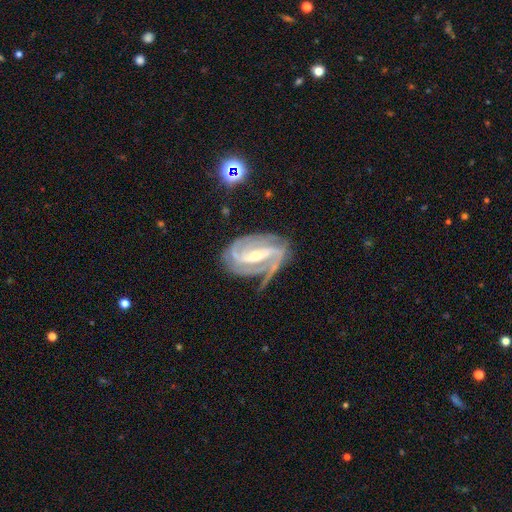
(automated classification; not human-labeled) A featured or disk galaxy (92%) with a strong bar (65%), 2 (43%) medium (44%, tied with tight) spiral arms (98%) and a small central bulge (50%).

Vote fractions:
- Smooth or featured? featured or disk: 92% / star or artifact: 5% / smooth: 4%
- Edge-on disk? no: 96% / yes: 4%
- Bar? strong: 65% / weak: 26% / no: 10%
- Spiral arms? yes: 98% / no: 2%
- Spiral winding? medium: 44% (tied) / tight: 44% (tied) / loose: 12%
- Spiral arm count? 2: 43% / 3: 34% / can't tell: 9% / 4: 7% / 1: 4% / more than 4: 4%
- Bulge size? small: 50% / moderate: 46% / large: 2% / none: 1% / dominant: 1%
- Merging? none: 70% / minor disturbance: 19% / major disturbance: 9% / merger: 2%